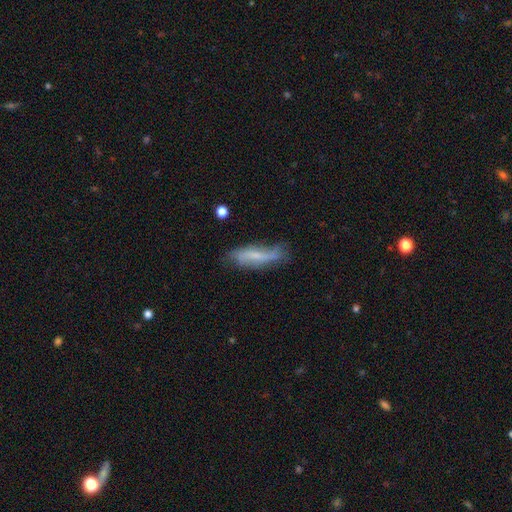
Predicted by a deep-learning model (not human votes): smooth_or_featured: featured or disk (p=0.54) [alt: smooth p=0.39]
disk_edge_on: no (p=0.72) [alt: yes p=0.28]
merging: none (p=0.58) [alt: minor disturbance p=0.29]